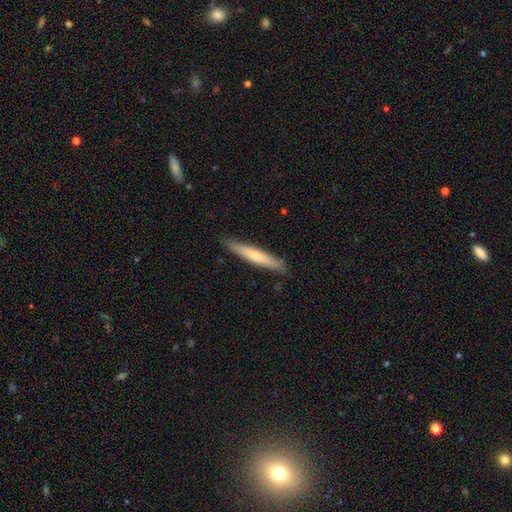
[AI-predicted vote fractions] smooth 60%, featured or disk 34%, star or artifact 5%. Down the decision tree: how rounded — cigar-shaped (94%); merging — none (88%).